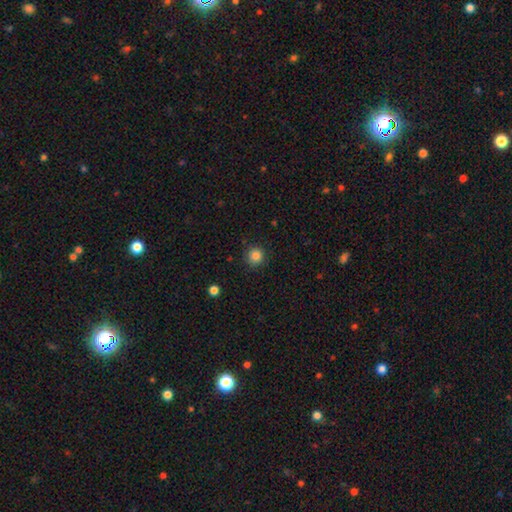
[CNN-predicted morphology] smooth_or_featured: smooth (p=0.85) [alt: star or artifact p=0.11]
how_rounded: round (p=0.94) [alt: in between p=0.05]
merging: none (p=0.90) [alt: minor disturbance p=0.07]